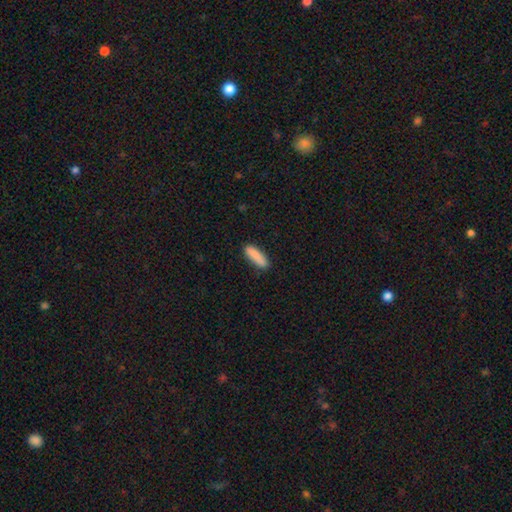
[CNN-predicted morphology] A smooth galaxy with no disk features (88%) that is cigar-shaped (59%). Merging: none (84%).